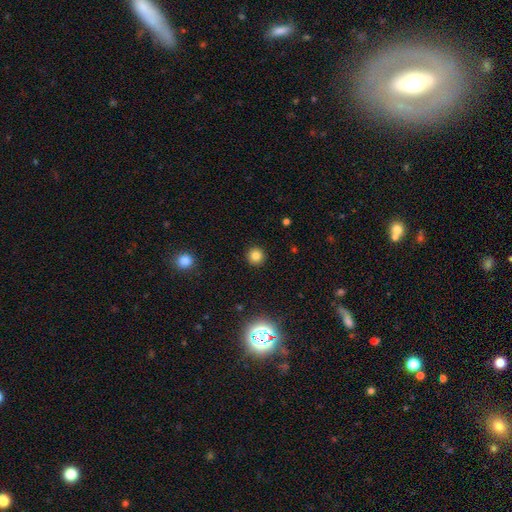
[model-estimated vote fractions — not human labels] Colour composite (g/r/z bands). It shows a smooth galaxy with no disk features (82%) that is round (94%). Merging: none (92%).